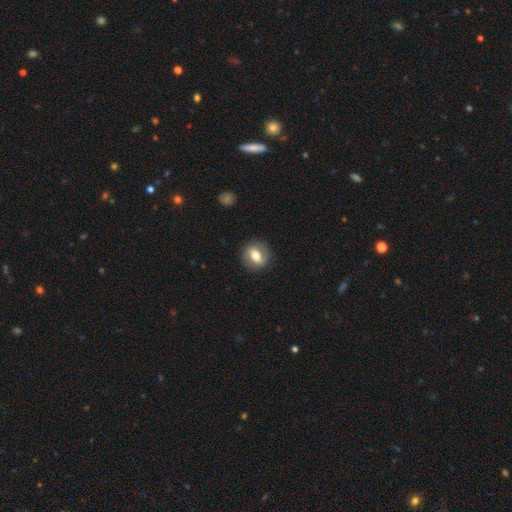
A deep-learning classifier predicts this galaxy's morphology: The model was most divided on "how rounded": round: 57%, in between: 40%, cigar-shaped: 2%. More confident: merging — none (85%); smooth or featured — smooth (58%).